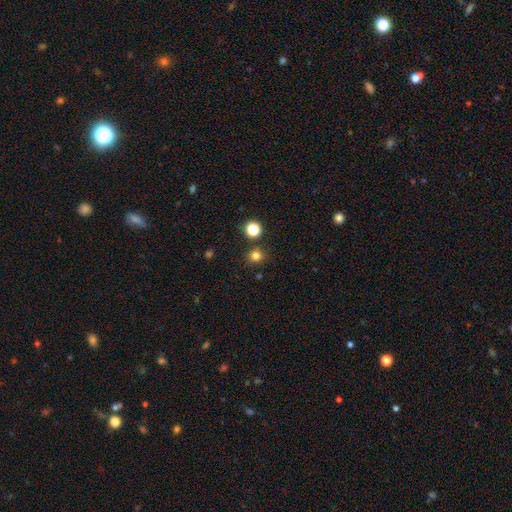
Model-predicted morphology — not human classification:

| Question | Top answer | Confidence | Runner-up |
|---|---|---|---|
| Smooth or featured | smooth | 79% | star or artifact (16%) |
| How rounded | round | 90% | in between (9%) |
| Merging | none | 85% | minor disturbance (7%) |